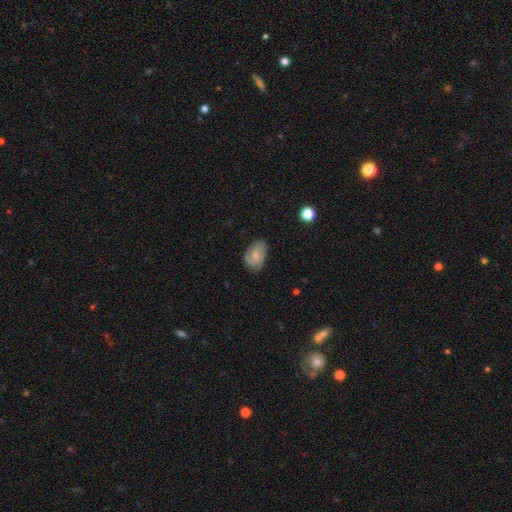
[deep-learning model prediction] Smooth or featured?
  - smooth: 58% *
  - featured or disk: 34%
  - star or artifact: 8%
How rounded?
  - in between: 85% *
  - round: 14%
  - cigar-shaped: 2%
Merging?
  - none: 63% *
  - minor disturbance: 28%
  - major disturbance: 8%
  - merger: 1%